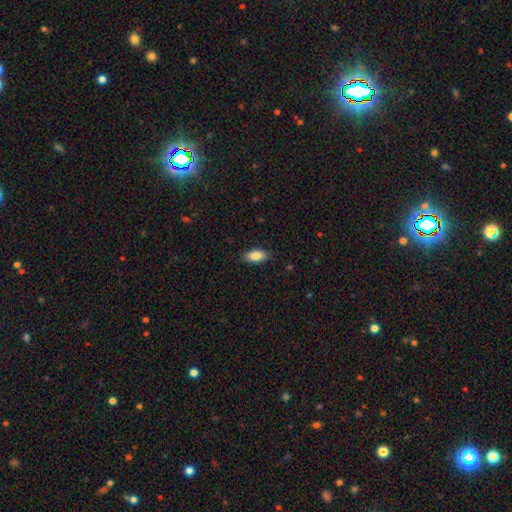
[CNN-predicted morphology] smooth_or_featured: smooth (p=0.85) [alt: featured or disk p=0.08]
how_rounded: in between (p=0.89) [alt: cigar-shaped p=0.09]
merging: none (p=0.87) [alt: minor disturbance p=0.10]